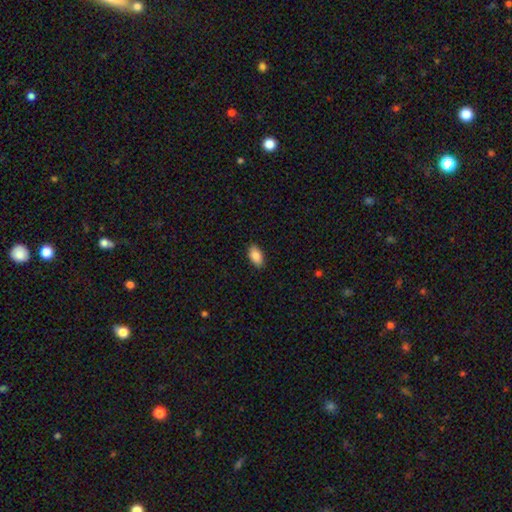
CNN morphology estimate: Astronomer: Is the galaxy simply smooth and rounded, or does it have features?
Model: smooth — 86%.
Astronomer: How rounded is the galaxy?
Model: in between — 93%.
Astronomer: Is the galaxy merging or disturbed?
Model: none — 89%.